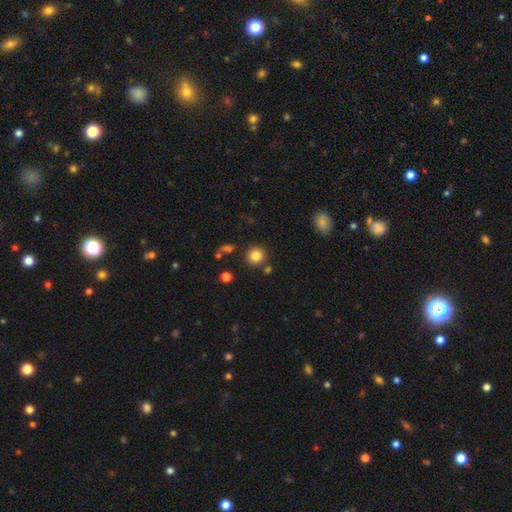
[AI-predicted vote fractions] This appears to be a smooth galaxy with no disk features (84%) that is round (91%). Merging: none (82%).